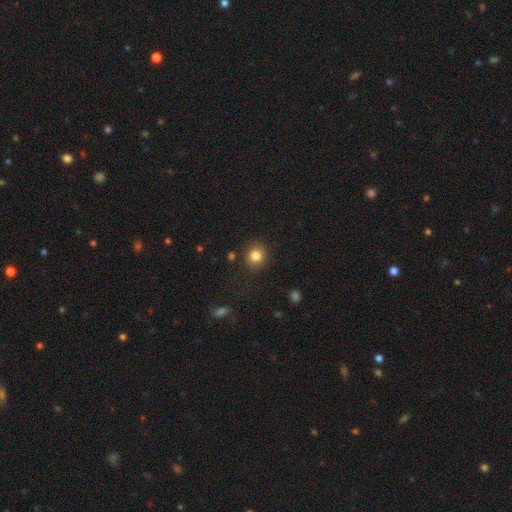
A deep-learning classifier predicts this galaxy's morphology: Smooth or featured?
  - smooth: 83% *
  - star or artifact: 11%
  - featured or disk: 6%
How rounded?
  - round: 89% *
  - in between: 10%
  - cigar-shaped: 1%
Merging?
  - none: 88% *
  - minor disturbance: 8%
  - major disturbance: 3%
  - merger: 2%